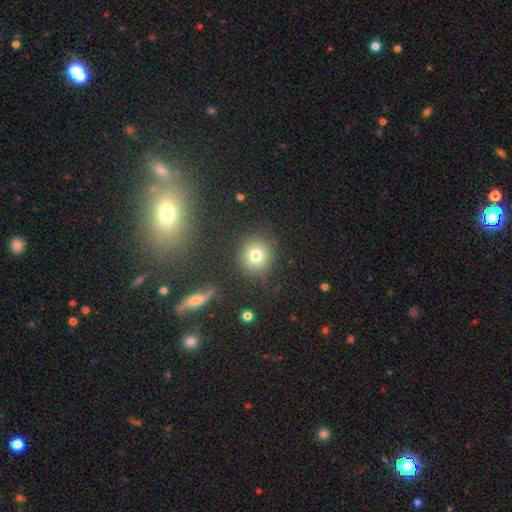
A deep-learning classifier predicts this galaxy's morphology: Smooth or featured? Predicted: smooth (p=0.76). How rounded? Predicted: round (p=0.90). Merging? Predicted: none (p=0.87).